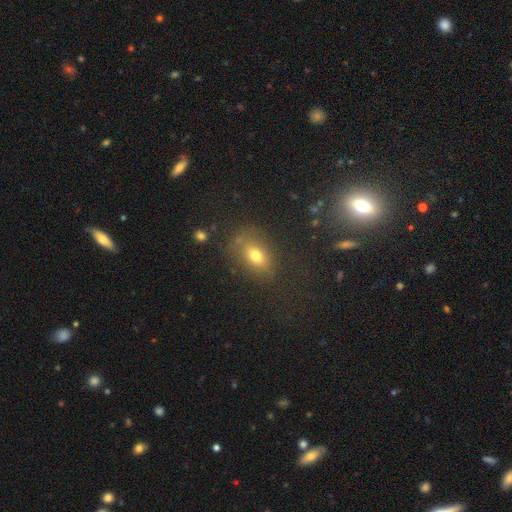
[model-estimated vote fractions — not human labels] This appears to be a smooth galaxy with no disk features (71%) that is in between round and cigar-shaped (78%). Merging: none (75%).